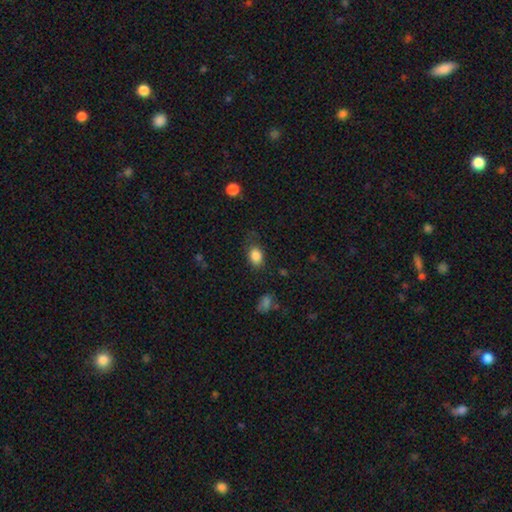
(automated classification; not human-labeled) smooth_or_featured: smooth (p=0.85) [alt: star or artifact p=0.09]
how_rounded: in between (p=0.72) [alt: round p=0.27]
merging: none (p=0.72) [alt: minor disturbance p=0.20]